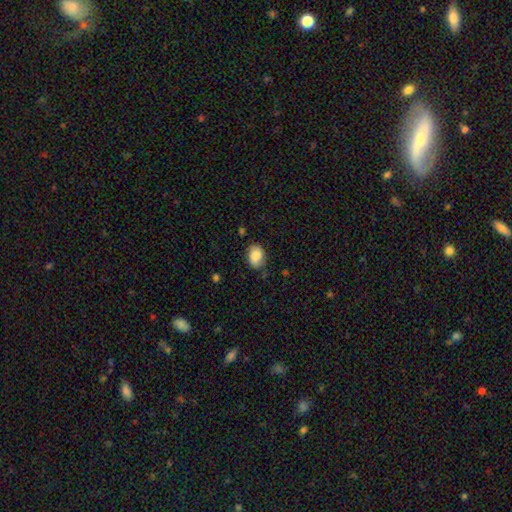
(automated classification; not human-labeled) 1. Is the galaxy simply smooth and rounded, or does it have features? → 82% smooth, 11% featured or disk, 8% star or artifact.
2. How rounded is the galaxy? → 75% in between, 24% round, 1% cigar-shaped.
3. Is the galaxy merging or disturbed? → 68% none, 25% minor disturbance, 6% major disturbance, 2% merger.